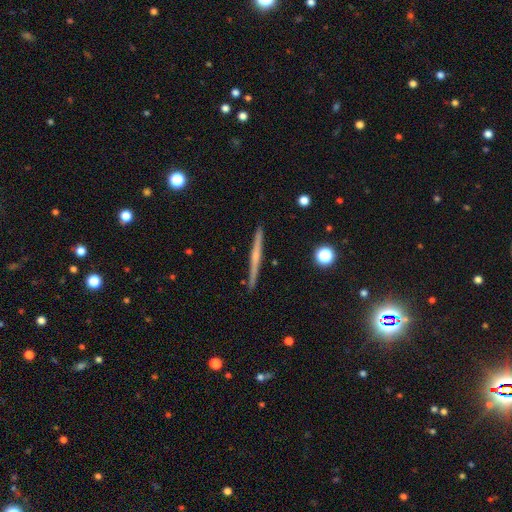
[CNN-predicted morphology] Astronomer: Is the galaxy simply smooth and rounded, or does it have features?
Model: featured or disk — 64%.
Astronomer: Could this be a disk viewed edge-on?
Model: yes — 98%.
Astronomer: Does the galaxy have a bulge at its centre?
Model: none — 52% (runner-up: rounded, 40%).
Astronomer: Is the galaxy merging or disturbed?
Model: none — 92%.